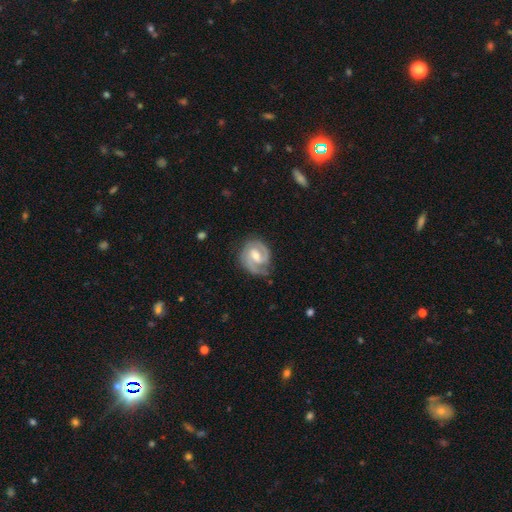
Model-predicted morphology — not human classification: This is clearly a featured or disk galaxy (88%). It is clearly not viewed edge-on (98%). Bar: possibly weak (55%). Spiral arm pattern: clearly yes (97%). Spiral arm count: clearly 2 (86%). Spiral winding: possibly tight (52%). Central bulge: possibly moderate (59%). Merging: likely none (75%).